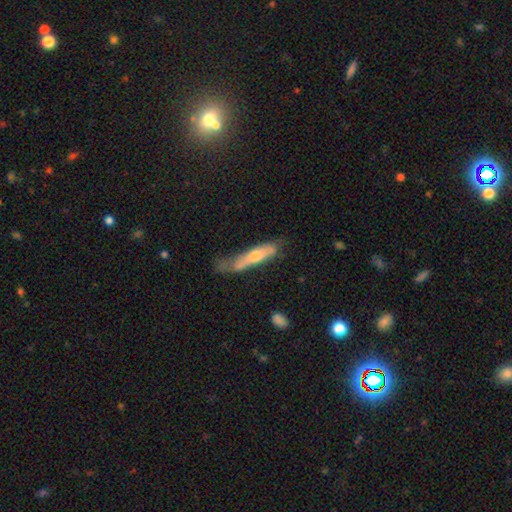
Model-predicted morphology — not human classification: smooth-or-featured: featured or disk: 47% | smooth: 46% | star or artifact: 7%
  merging: none: 43% | minor disturbance: 32% | major disturbance: 19% | merger: 6%